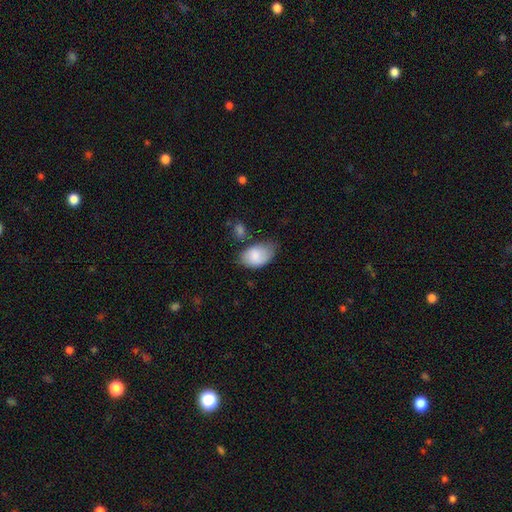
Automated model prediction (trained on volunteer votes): Smooth or featured? Predicted: smooth (p=0.82). How rounded? Predicted: in between (p=0.91). Merging? Predicted: none (p=0.46).